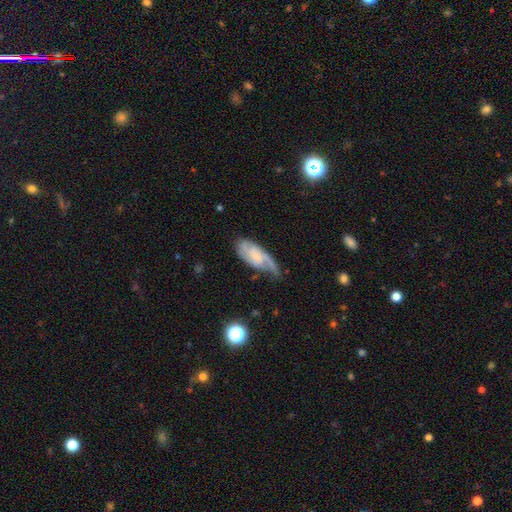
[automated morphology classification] Smooth or featured?
  - featured or disk: 66% *
  - smooth: 27%
  - star or artifact: 7%
Edge-on disk?
  - no: 93% *
  - yes: 7%
Bar?
  - no: 59% *
  - weak: 34%
  - strong: 7%
Spiral arms?
  - yes: 90% *
  - no: 10%
Spiral winding?
  - medium: 43% *
  - tight: 33%
  - loose: 24%
Spiral arm count?
  - 2: 49% *
  - 1: 28%
  - can't tell: 16%
  - 3: 4%
  - 4: 1%
  - more than 4: 1%
Bulge size?
  - small: 46% *
  - none: 27%
  - moderate: 21%
  - large: 4%
  - dominant: 2%
Merging?
  - none: 45% *
  - minor disturbance: 32%
  - major disturbance: 21%
  - merger: 3%